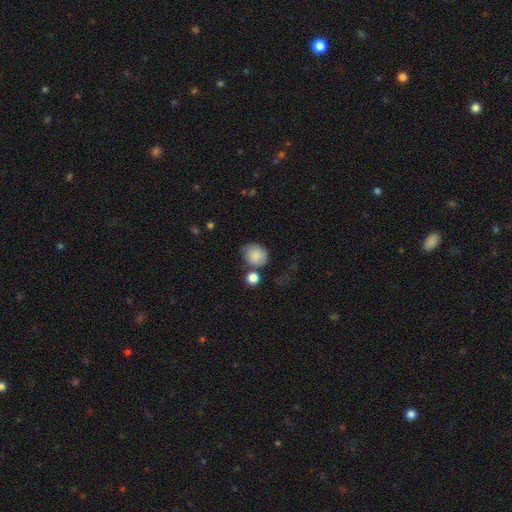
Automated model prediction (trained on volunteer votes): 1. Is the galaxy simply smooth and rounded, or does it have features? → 86% smooth, 8% star or artifact, 6% featured or disk.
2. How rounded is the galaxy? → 55% round, 44% in between, 1% cigar-shaped.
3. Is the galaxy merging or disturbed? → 63% none, 19% minor disturbance, 13% merger, 6% major disturbance.